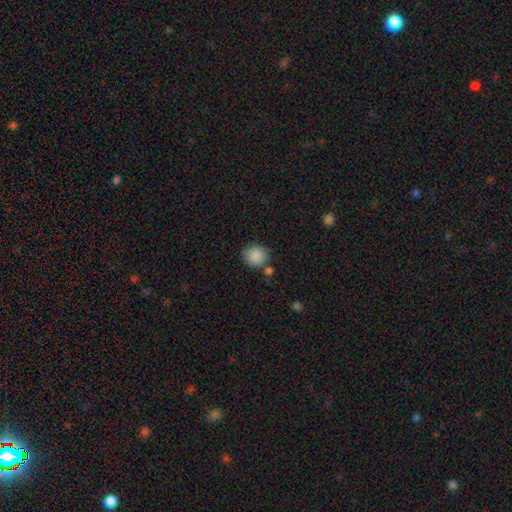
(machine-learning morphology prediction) Smooth or featured? smooth (88%)
How rounded? round (85%)
Merging? none (76%)